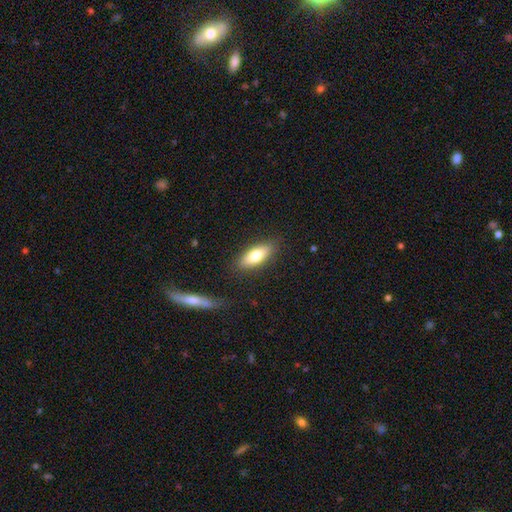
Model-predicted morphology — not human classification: Smooth or featured: smooth — 71% (featured or disk — 22%)
How rounded: in between — 67% (cigar-shaped — 30%)
Merging: none — 84% (minor disturbance — 11%)